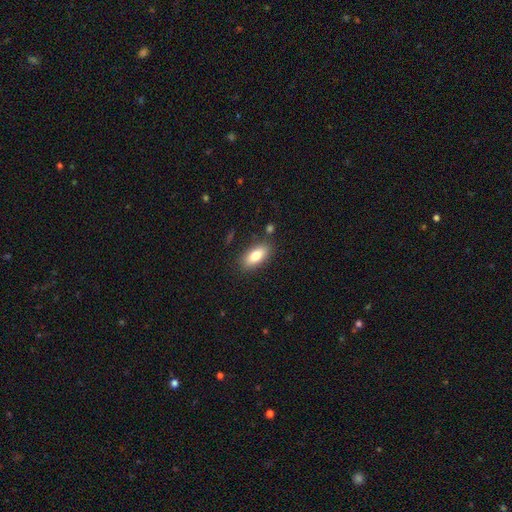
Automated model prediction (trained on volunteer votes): A smooth galaxy with no disk features (79%) that is in between round and cigar-shaped (86%).

Vote fractions:
- Smooth or featured? smooth: 79% / featured or disk: 14% / star or artifact: 7%
- How rounded? in between: 86% / cigar-shaped: 11% / round: 3%
- Merging? none: 84% / minor disturbance: 11% / merger: 3% / major disturbance: 3%